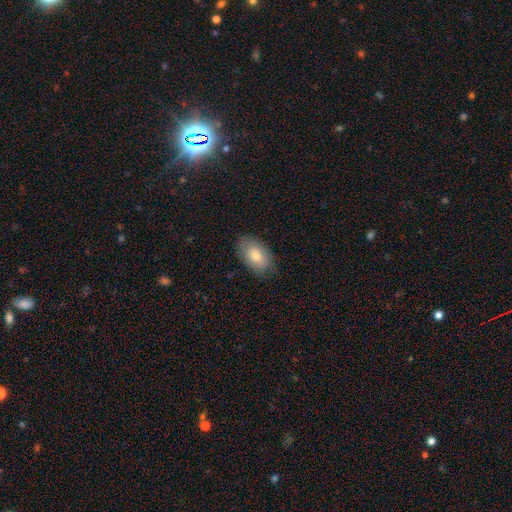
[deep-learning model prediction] Morphology: type=smooth (79%); roundness=in between (93%); merging=none (82%).